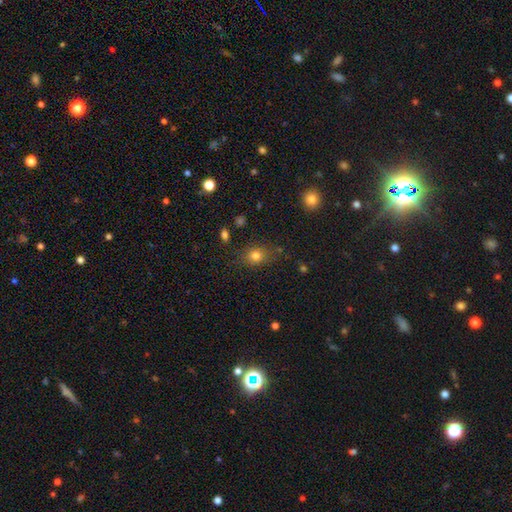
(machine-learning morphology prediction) Smooth or featured?
  - smooth: 78% *
  - star or artifact: 14%
  - featured or disk: 8%
How rounded?
  - round: 62% *
  - in between: 37%
  - cigar-shaped: 1%
Merging?
  - none: 77% *
  - minor disturbance: 15%
  - major disturbance: 5%
  - merger: 3%